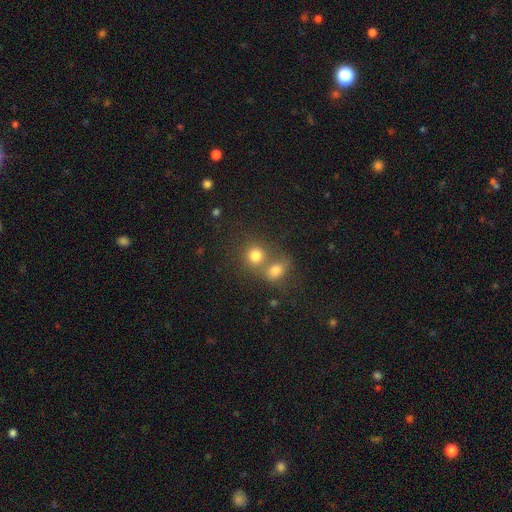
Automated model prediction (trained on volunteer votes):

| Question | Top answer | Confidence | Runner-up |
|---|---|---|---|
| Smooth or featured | smooth | 78% | star or artifact (13%) |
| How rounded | round | 80% | in between (19%) |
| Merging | merger | 49% | none (40%) |